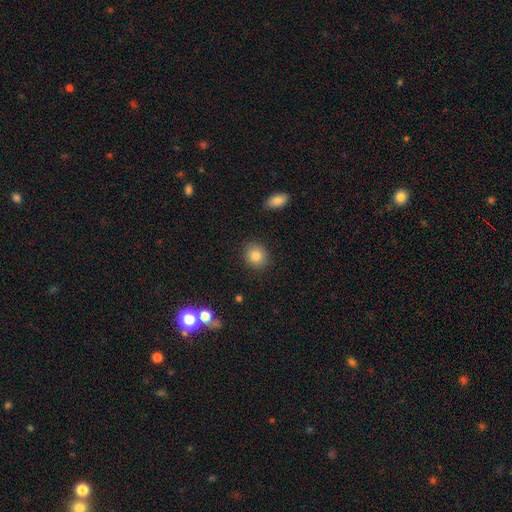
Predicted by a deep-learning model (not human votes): Q: Smooth or featured?
A: smooth (83%); runner-up: star or artifact (10%)
Q: How rounded?
A: round (75%); runner-up: in between (24%)
Q: Merging?
A: none (89%); runner-up: minor disturbance (8%)